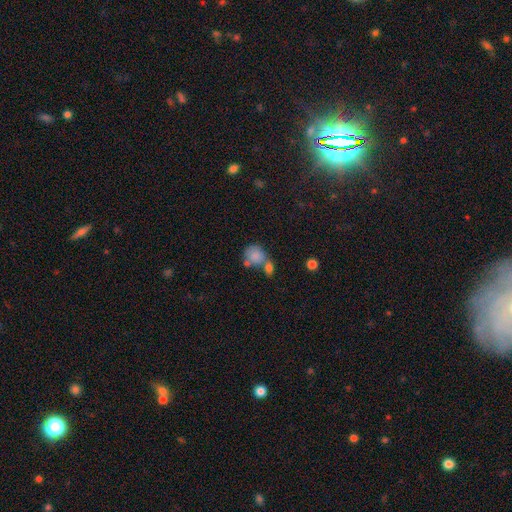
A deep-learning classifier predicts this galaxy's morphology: smooth_or_featured: smooth (p=0.81) [alt: featured or disk p=0.10]
how_rounded: round (p=0.69) [alt: in between p=0.29]
merging: merger (p=0.47) [alt: none p=0.34]